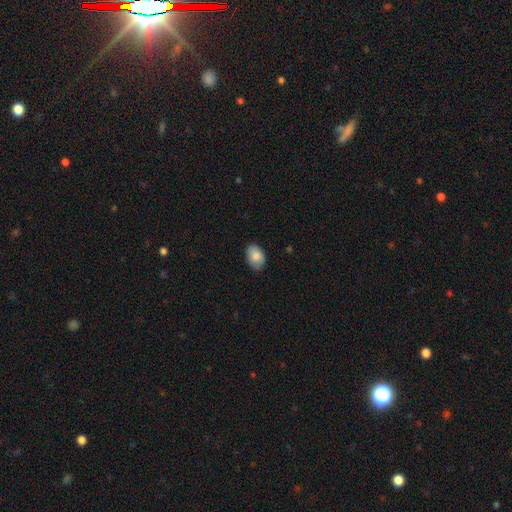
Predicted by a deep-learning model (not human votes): smooth_or_featured: smooth (p=0.85) [alt: featured or disk p=0.08]
how_rounded: in between (p=0.85) [alt: round p=0.14]
merging: none (p=0.80) [alt: minor disturbance p=0.16]